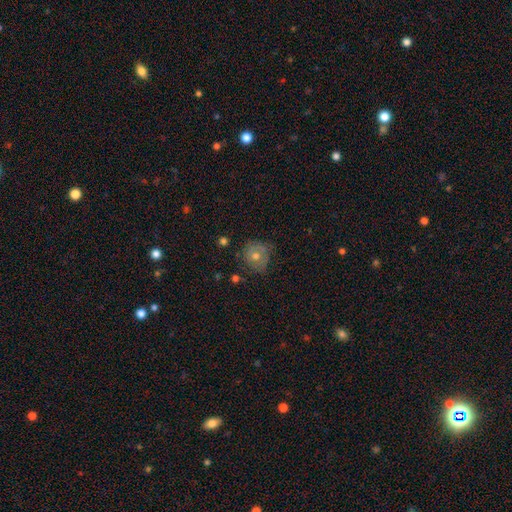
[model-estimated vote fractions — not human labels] The model was most divided on "smooth or featured": smooth: 48%, featured or disk: 37%, star or artifact: 15%. More confident: merging — none (71%).